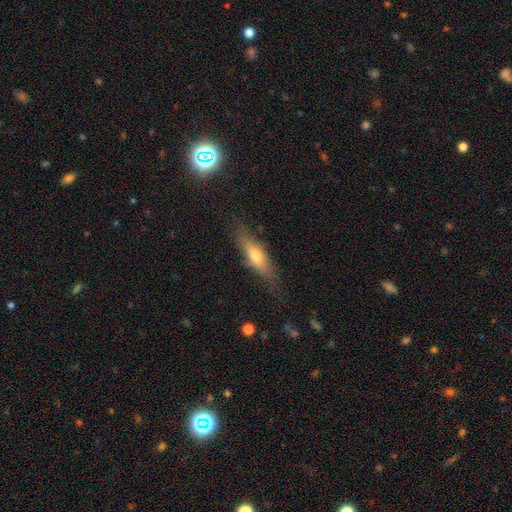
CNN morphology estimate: This appears to be a smooth galaxy with no disk features (52%) that is cigar-shaped (59%). Merging: none (73%).